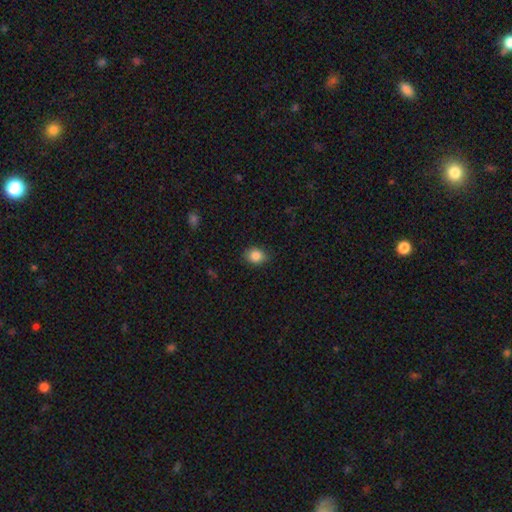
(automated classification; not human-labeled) Smooth or featured?
  - smooth: 87% *
  - star or artifact: 9%
  - featured or disk: 5%
How rounded?
  - in between: 58% *
  - round: 41%
  - cigar-shaped: 1%
Merging?
  - none: 83% *
  - minor disturbance: 13%
  - major disturbance: 3%
  - merger: 1%